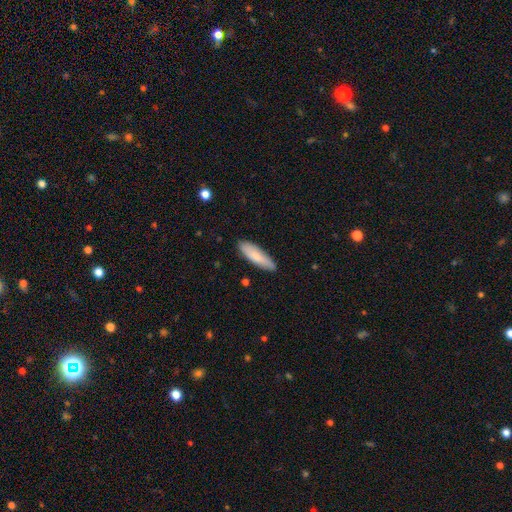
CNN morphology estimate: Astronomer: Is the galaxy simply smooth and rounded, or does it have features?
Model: smooth — 80%.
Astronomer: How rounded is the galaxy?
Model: cigar-shaped — 59% (runner-up: in between, 39%).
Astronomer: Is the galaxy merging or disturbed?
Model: none — 85%.